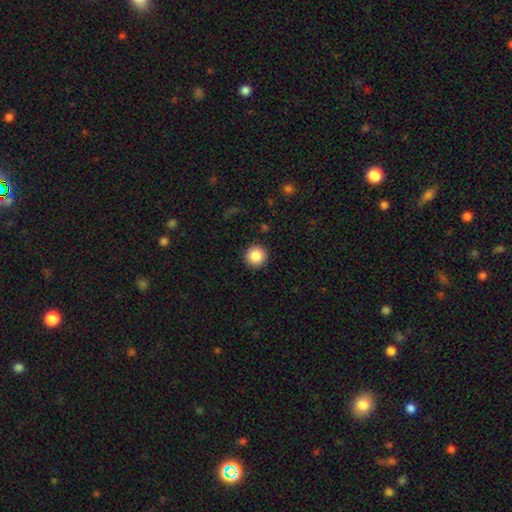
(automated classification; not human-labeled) Q: Smooth or featured?
A: smooth (87%); runner-up: star or artifact (9%)
Q: How rounded?
A: round (96%); runner-up: in between (3%)
Q: Merging?
A: none (92%); runner-up: minor disturbance (5%)